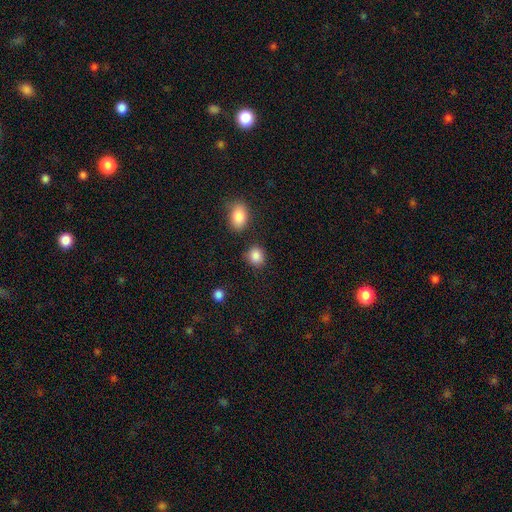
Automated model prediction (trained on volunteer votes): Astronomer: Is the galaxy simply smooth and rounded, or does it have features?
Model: smooth — 88%.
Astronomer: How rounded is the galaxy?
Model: round — 76%.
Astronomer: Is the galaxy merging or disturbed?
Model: none — 82%.